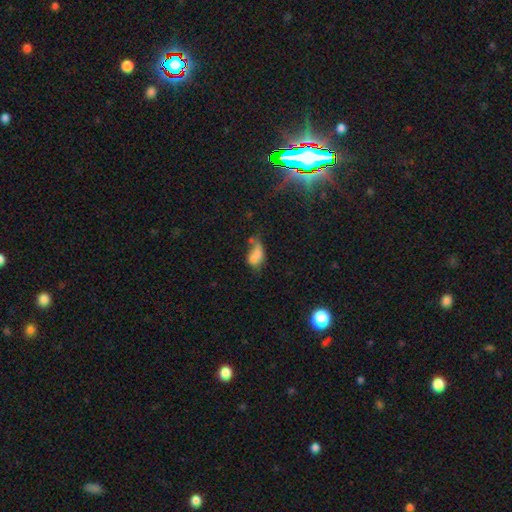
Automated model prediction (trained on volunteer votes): The model was most divided on "merging" (2-way tie): minor disturbance: 26%, merger: 26%, major disturbance: 25%, none: 24%. More confident: how rounded — in between (85%); smooth or featured — smooth (67%).